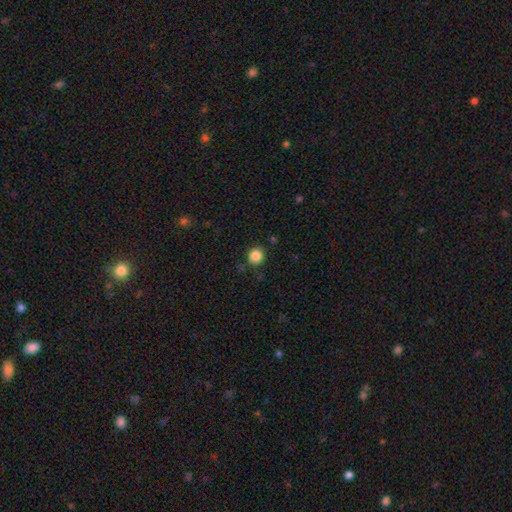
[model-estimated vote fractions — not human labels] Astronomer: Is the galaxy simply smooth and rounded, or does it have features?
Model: smooth — 86%.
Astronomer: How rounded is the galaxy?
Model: round — 90%.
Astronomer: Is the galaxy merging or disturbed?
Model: none — 88%.